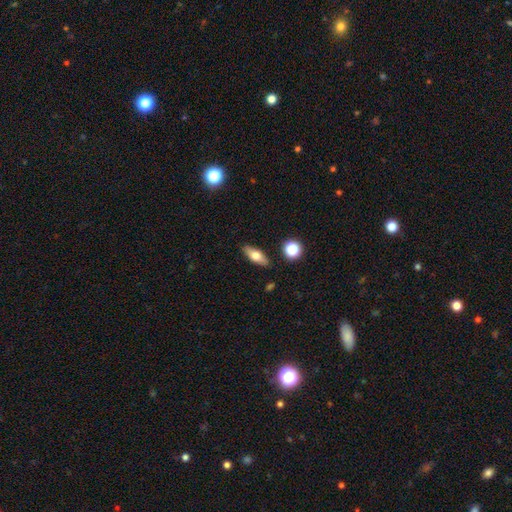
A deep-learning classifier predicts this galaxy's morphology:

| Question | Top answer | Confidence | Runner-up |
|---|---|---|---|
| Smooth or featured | smooth | 65% | featured or disk (27%) |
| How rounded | in between | 68% | cigar-shaped (26%) |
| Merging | none | 86% | minor disturbance (9%) |